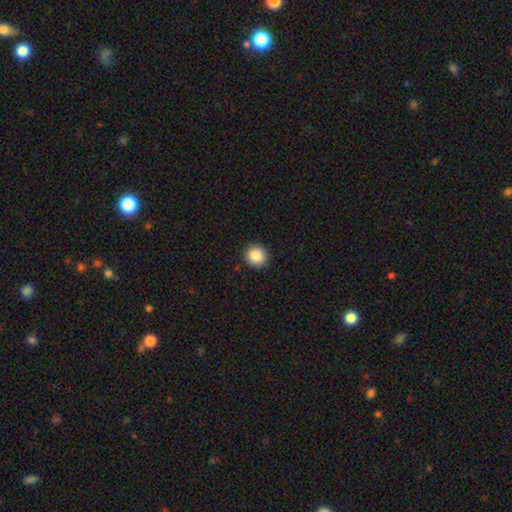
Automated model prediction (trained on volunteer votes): A smooth galaxy with no disk features (88%) that is round (87%). Merging: none (91%).